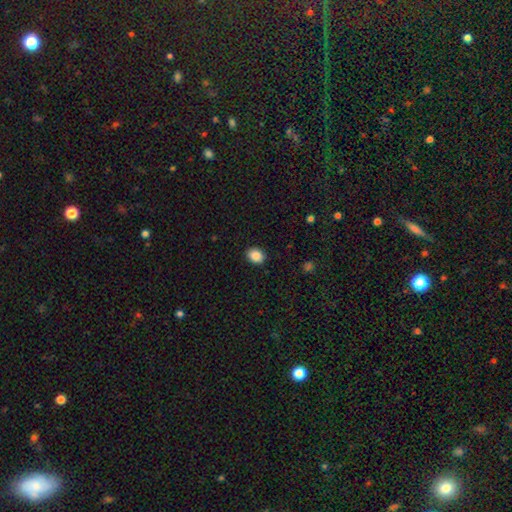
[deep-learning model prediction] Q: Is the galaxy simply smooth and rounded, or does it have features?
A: smooth — 88%.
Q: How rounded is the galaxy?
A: in between — 57%.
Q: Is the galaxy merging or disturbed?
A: none — 89%.